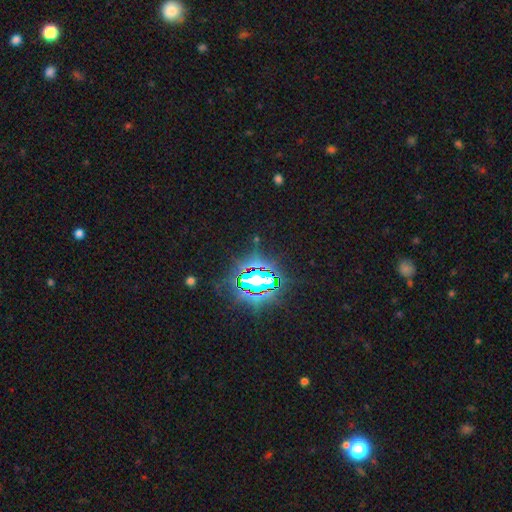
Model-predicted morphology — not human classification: Q: Smooth or featured?
A: star or artifact (80%); runner-up: smooth (11%)